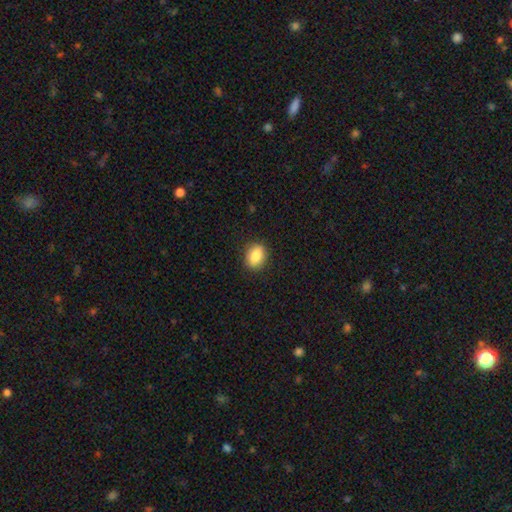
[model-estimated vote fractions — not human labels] smooth-or-featured: smooth: 85% | star or artifact: 8% | featured or disk: 7%
  how-rounded: in between: 67% | round: 31% | cigar-shaped: 2%
  merging: none: 88% | minor disturbance: 9% | major disturbance: 2% | merger: 1%